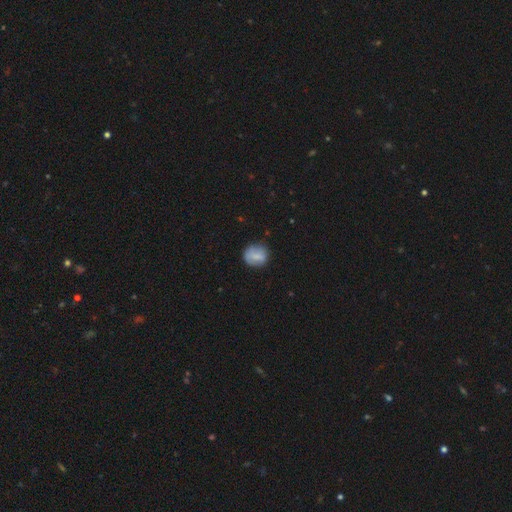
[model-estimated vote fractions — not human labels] Morphology: type=smooth (73%); roundness=round (74%); merging=none (73%).